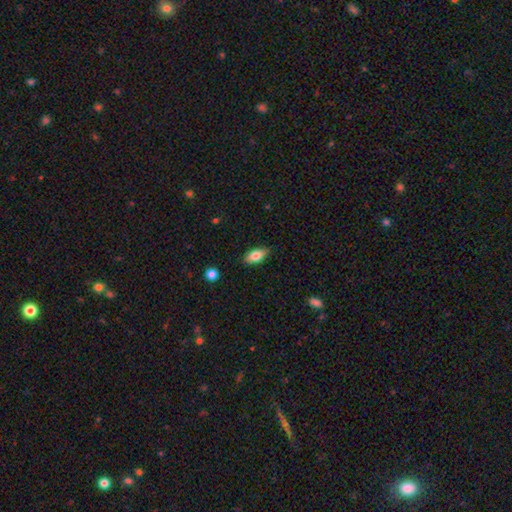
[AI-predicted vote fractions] Morphology: type=smooth (79%); roundness=in between (86%); merging=none (84%).